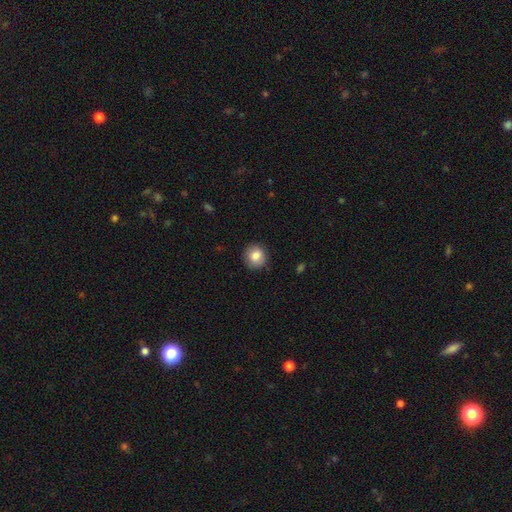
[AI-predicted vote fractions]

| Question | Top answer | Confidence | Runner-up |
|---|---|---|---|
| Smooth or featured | smooth | 84% | star or artifact (9%) |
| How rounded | round | 90% | in between (9%) |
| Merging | none | 88% | minor disturbance (9%) |